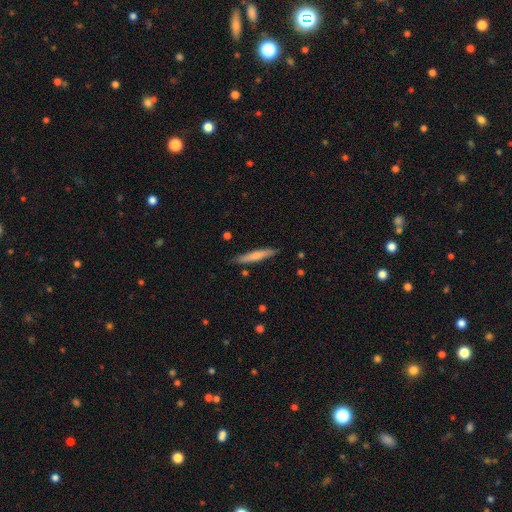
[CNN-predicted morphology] The model was most divided on "smooth or featured": smooth: 67%, featured or disk: 27%, star or artifact: 5%. More confident: how rounded — cigar-shaped (93%); merging — none (86%).